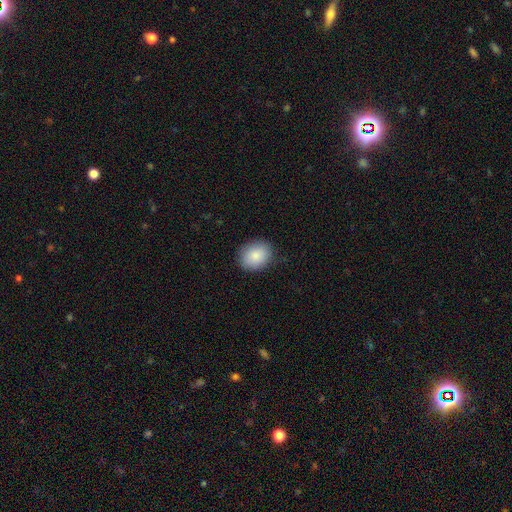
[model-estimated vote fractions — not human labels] Smooth or featured? smooth (87%)
How rounded? in between (56%)
Merging? none (87%)